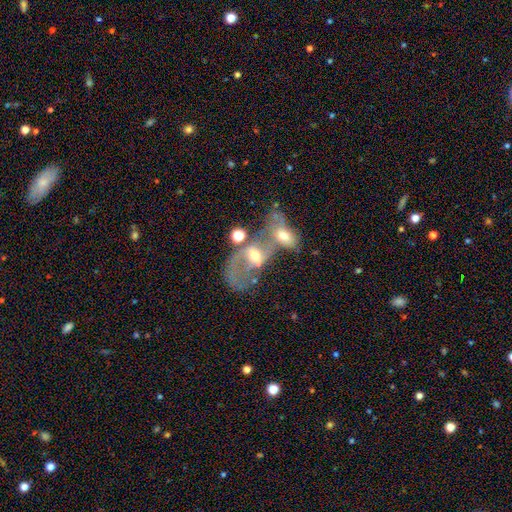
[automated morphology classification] This appears to be a featured or disk galaxy (57%) with no bar (75%), spiral arms (52%) and a moderate central bulge (56%). Merging: merger (61%).